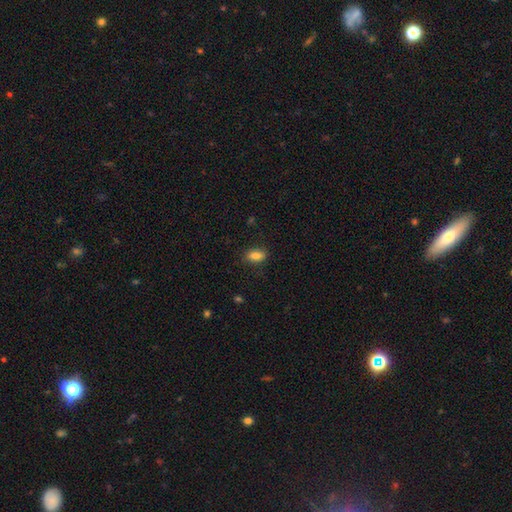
smooth_or_featured: smooth (p=0.87) [alt: star or artifact p=0.10]
how_rounded: in between (p=0.94) [alt: round p=0.03]
merging: none (p=0.94) [alt: minor disturbance p=0.03]